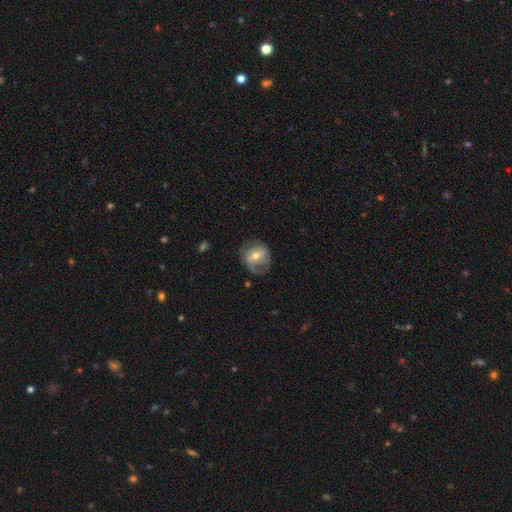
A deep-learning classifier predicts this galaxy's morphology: Smooth or featured?
  - featured or disk: 62% *
  - smooth: 31%
  - star or artifact: 7%
Edge-on disk?
  - no: 96% *
  - yes: 4%
Bar?
  - weak: 43% *
  - no: 32%
  - strong: 25%
Spiral arms?
  - yes: 74% *
  - no: 26%
Bulge size?
  - moderate: 62% *
  - small: 33%
  - large: 4%
  - none: 1%
  - dominant: 1%
Merging?
  - none: 57% *
  - minor disturbance: 25%
  - major disturbance: 17%
  - merger: 2%